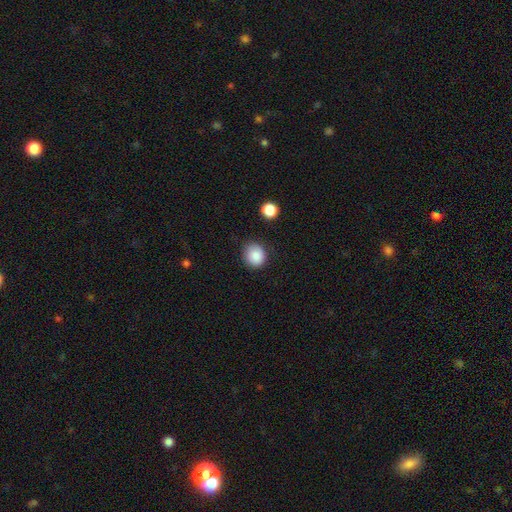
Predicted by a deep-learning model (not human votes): Smooth or featured? Predicted: smooth (p=0.86). How rounded? Predicted: round (p=0.81). Merging? Predicted: none (p=0.80).